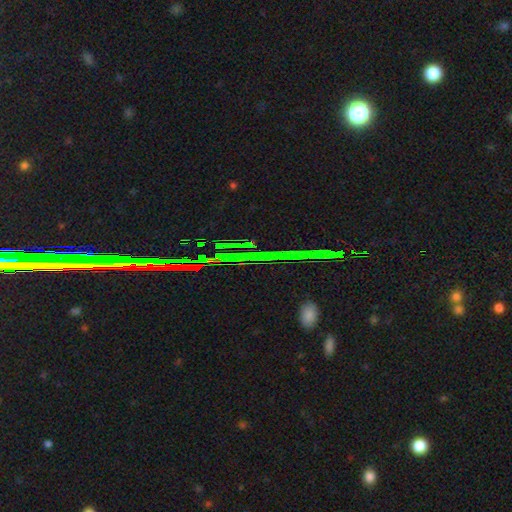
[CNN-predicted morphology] Q: Smooth or featured?
A: star or artifact (81%); runner-up: featured or disk (11%)